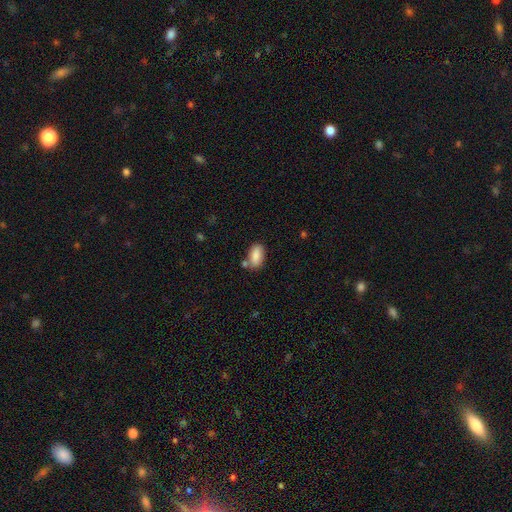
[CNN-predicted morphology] The model was most divided on "merging": none: 69%, minor disturbance: 15%, merger: 13%, major disturbance: 4%. More confident: how rounded — in between (92%); smooth or featured — smooth (87%).